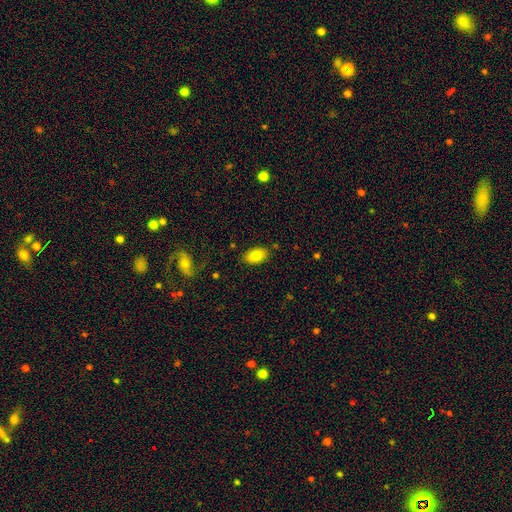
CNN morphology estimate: A smooth galaxy with no disk features (83%) that is in between round and cigar-shaped (91%). Merging: none (85%).